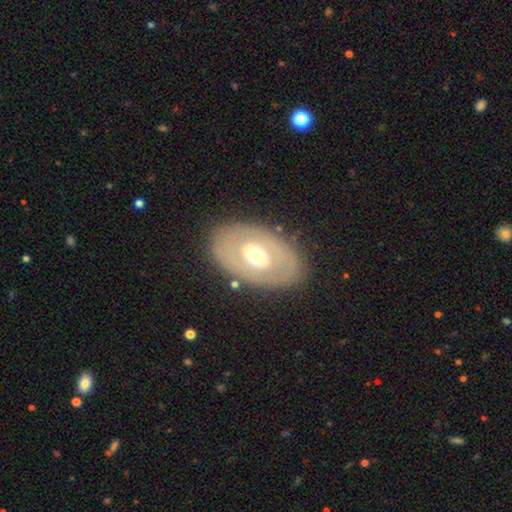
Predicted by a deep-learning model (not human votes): Q: Smooth or featured?
A: featured or disk (58%); runner-up: smooth (37%)
Q: Edge-on disk?
A: no (90%); runner-up: yes (10%)
Q: Bar?
A: no (63%); runner-up: weak (27%)
Q: Spiral arms?
A: no (82%); runner-up: yes (18%)
Q: Bulge size?
A: moderate (70%); runner-up: small (16%)
Q: Merging?
A: none (83%); runner-up: minor disturbance (12%)